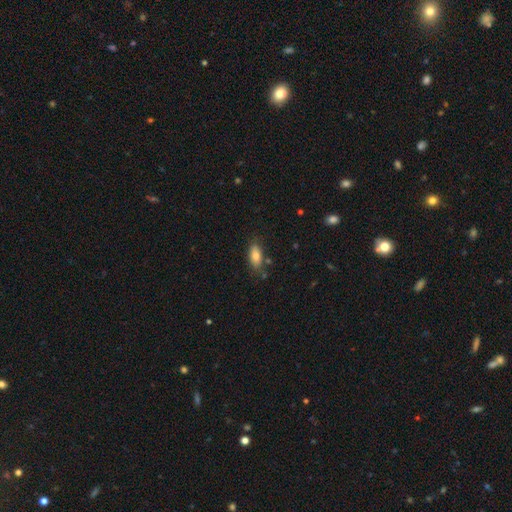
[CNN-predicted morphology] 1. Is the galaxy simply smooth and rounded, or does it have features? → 79% smooth, 13% featured or disk, 8% star or artifact.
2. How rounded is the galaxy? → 84% in between, 13% cigar-shaped, 3% round.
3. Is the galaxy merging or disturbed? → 75% none, 17% minor disturbance, 4% merger, 4% major disturbance.